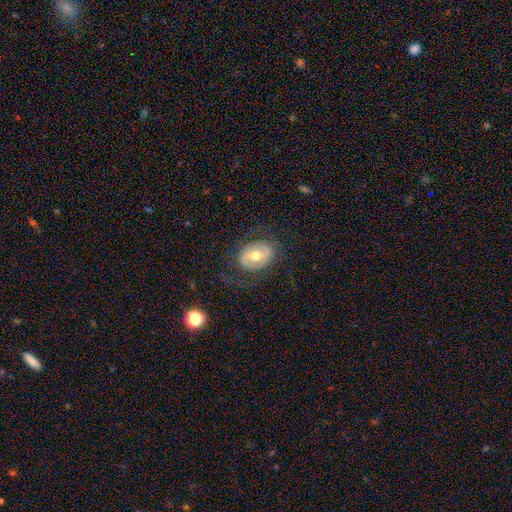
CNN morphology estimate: featured or disk 48%, smooth 45%, star or artifact 7%. Down the decision tree: merging — none (71%).